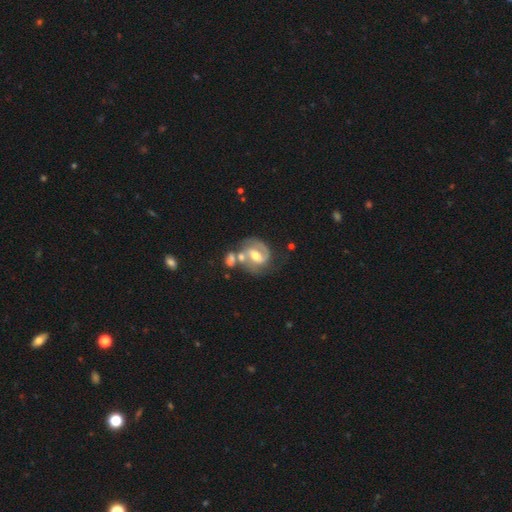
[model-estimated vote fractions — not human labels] smooth-or-featured: featured or disk: 84% | smooth: 10% | star or artifact: 5%
  disk-edge-on: no: 97% | yes: 3%
    bar: weak: 45% | strong: 35% | no: 20%
    has-spiral-arms: yes: 94% | no: 6%
      spiral-winding: medium: 51% | tight: 34% | loose: 15%
      spiral-arm-count: 2: 79% | 1: 10% | can't tell: 6% | 3: 3% | 4: 1% | more than 4: 1%
    bulge-size: moderate: 67% | small: 26% | large: 5% | none: 1% | dominant: 1%
  merging: none: 44% | merger: 32% | minor disturbance: 15% | major disturbance: 10%